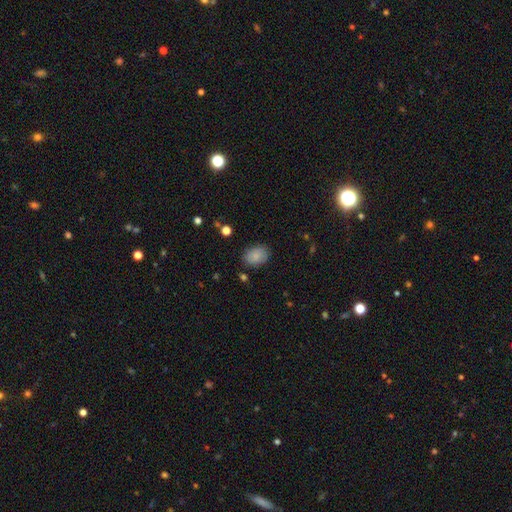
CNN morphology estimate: This is clearly a smooth galaxy (85%). How rounded: clearly in between (80%). Merging: clearly none (82%).